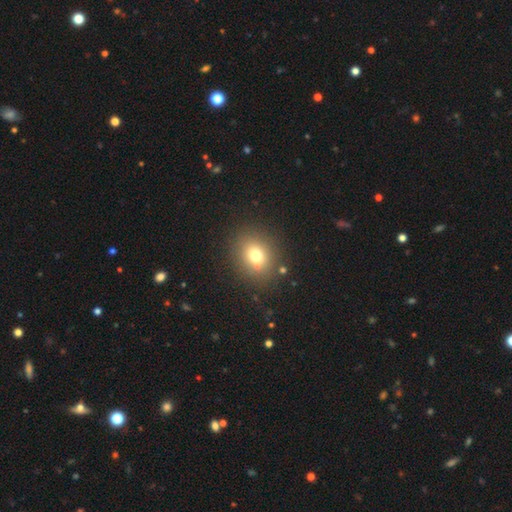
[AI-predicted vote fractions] Smooth or featured? Predicted: smooth (p=0.72). How rounded? Predicted: round (p=0.67). Merging? Predicted: none (p=0.82).